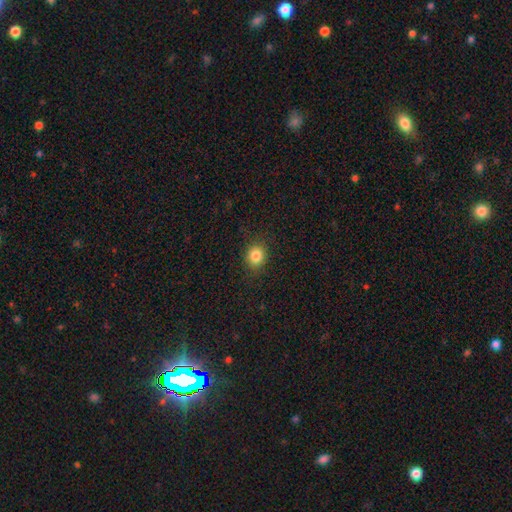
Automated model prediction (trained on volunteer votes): This is clearly a smooth galaxy (84%). How rounded: likely round (74%). Merging: clearly none (87%).